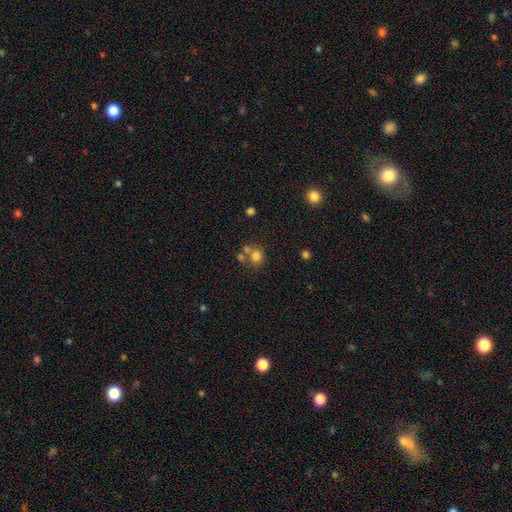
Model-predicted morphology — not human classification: smooth 76%, star or artifact 14%, featured or disk 10%. Down the decision tree: how rounded — round (76%); merging — none (53%).